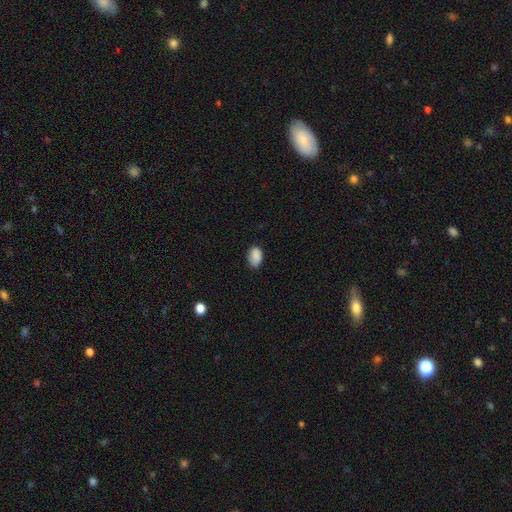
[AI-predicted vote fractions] smooth-or-featured: smooth: 89% | star or artifact: 8% | featured or disk: 3%
  how-rounded: in between: 87% | round: 11% | cigar-shaped: 1%
  merging: none: 80% | minor disturbance: 17% | major disturbance: 3% | merger: 1%